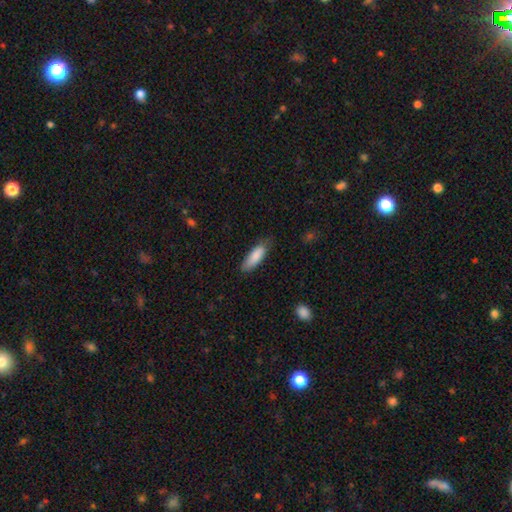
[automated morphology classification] smooth 87%, featured or disk 8%, star or artifact 6%. Down the decision tree: how rounded — in between (58%); merging — none (74%).